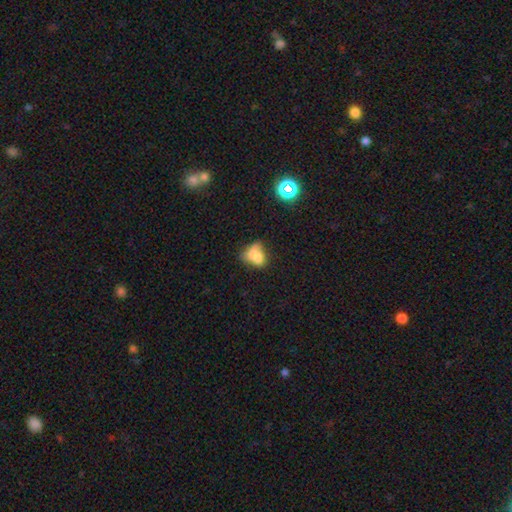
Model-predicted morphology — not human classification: The model was most divided on "merging": merger: 31%, none: 28%, minor disturbance: 24%, major disturbance: 18%. More confident: how rounded — in between (71%); smooth or featured — smooth (69%).